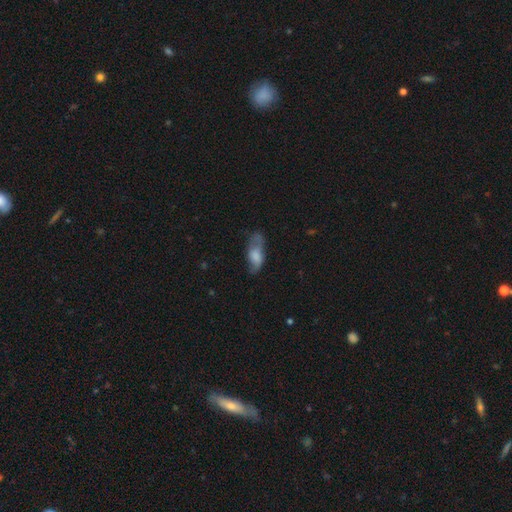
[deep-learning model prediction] This appears to be a smooth galaxy with no disk features (64%) that is in between round and cigar-shaped (78%). Merging: none (45%).